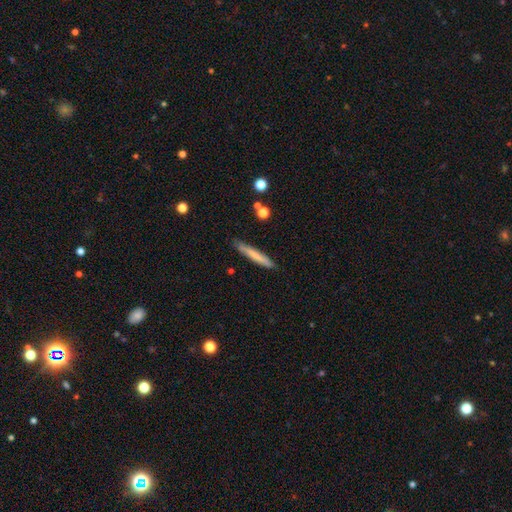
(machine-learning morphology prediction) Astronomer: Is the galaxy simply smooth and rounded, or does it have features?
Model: smooth — 68%.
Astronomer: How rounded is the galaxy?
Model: cigar-shaped — 94%.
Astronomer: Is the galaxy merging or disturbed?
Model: none — 84%.